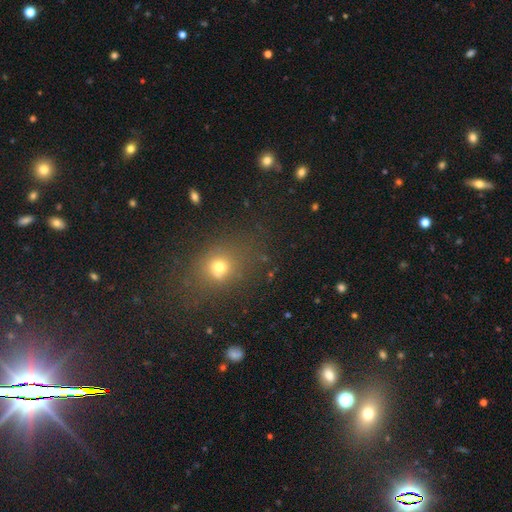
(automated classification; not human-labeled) Smooth or featured: smooth — 58% (star or artifact — 33%)
How rounded: round — 65% (in between — 33%)
Merging: none — 83% (minor disturbance — 10%)